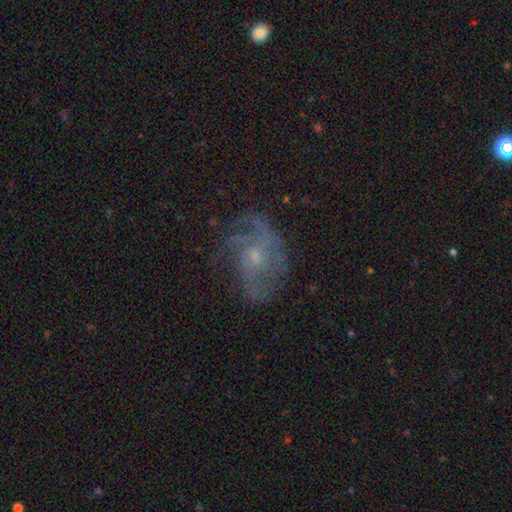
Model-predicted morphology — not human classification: This is likely a featured or disk galaxy (77%). It is clearly not viewed edge-on (97%). Bar: likely no (71%). Spiral arm pattern: clearly yes (91%). Spiral arm count: marginally 3 (28%). Spiral winding: marginally medium (45%). Central bulge: likely small (65%). Merging: possibly none (59%).